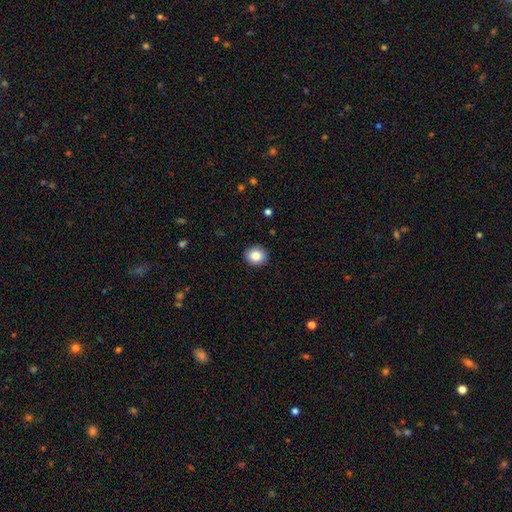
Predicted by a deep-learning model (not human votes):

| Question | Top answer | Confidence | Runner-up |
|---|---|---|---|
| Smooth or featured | smooth | 85% | star or artifact (9%) |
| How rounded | round | 82% | in between (18%) |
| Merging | none | 91% | minor disturbance (6%) |